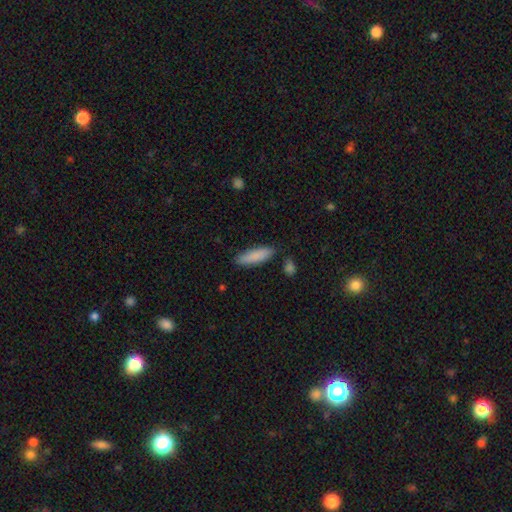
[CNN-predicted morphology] The model was most divided on "how rounded": cigar-shaped: 57%, in between: 41%, round: 2%. More confident: smooth or featured — smooth (86%); merging — none (83%).